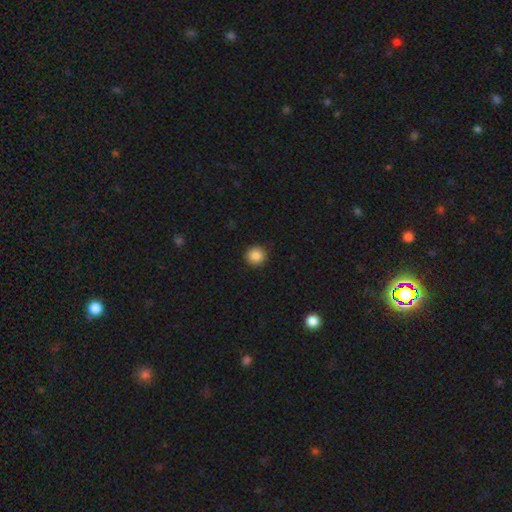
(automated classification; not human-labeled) Smooth or featured? smooth (86%)
How rounded? round (94%)
Merging? none (91%)